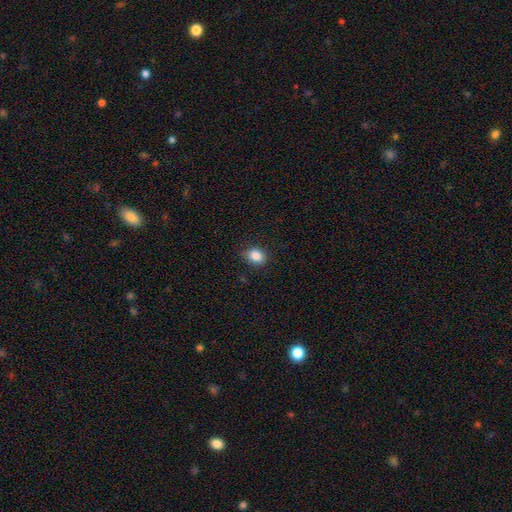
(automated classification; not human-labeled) smooth-or-featured: smooth: 86% | star or artifact: 10% | featured or disk: 4%
  how-rounded: in between: 53% | round: 46% | cigar-shaped: 1%
  merging: none: 81% | minor disturbance: 14% | major disturbance: 3% | merger: 1%